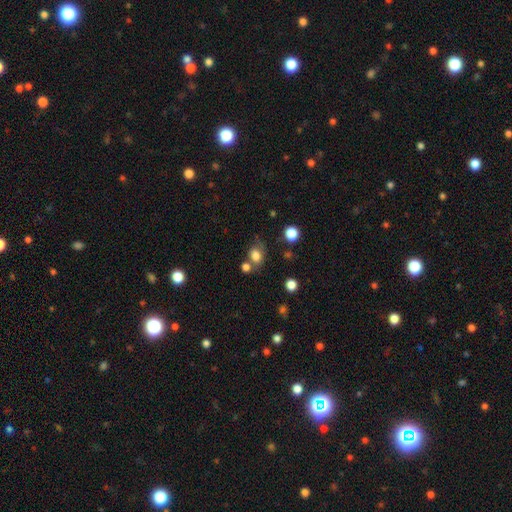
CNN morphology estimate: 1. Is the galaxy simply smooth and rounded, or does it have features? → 77% smooth, 12% star or artifact, 11% featured or disk.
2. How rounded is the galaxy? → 57% in between, 42% round, 1% cigar-shaped.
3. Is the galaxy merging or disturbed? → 49% none, 22% merger, 20% minor disturbance, 9% major disturbance.